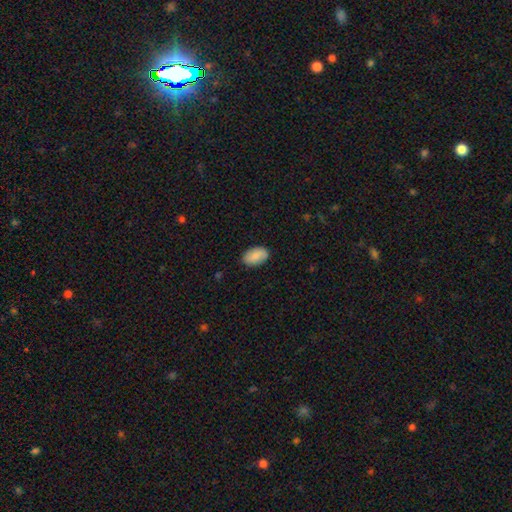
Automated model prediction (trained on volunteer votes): smooth_or_featured: smooth (p=0.85) [alt: featured or disk p=0.09]
how_rounded: in between (p=0.93) [alt: round p=0.05]
merging: none (p=0.84) [alt: minor disturbance p=0.12]